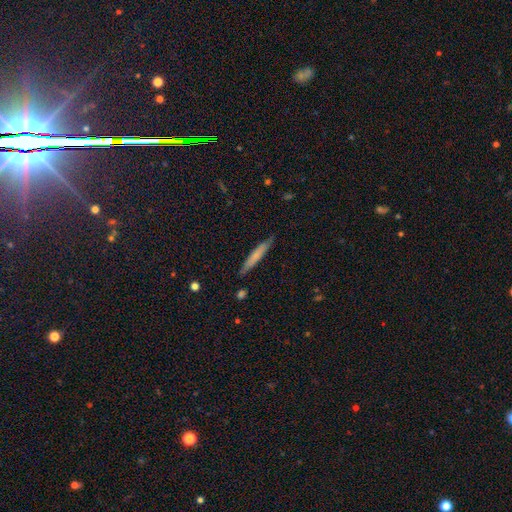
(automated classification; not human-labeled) Morphology: type=smooth (66%); roundness=cigar-shaped (95%); merging=none (87%).